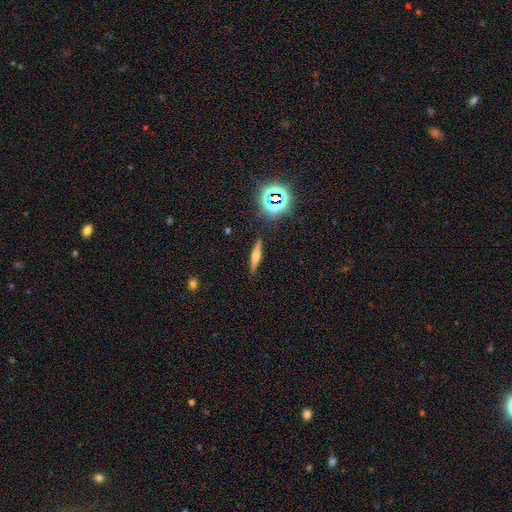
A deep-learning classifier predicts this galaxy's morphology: This is marginally a featured or disk galaxy (44%). Merging: clearly none (89%).